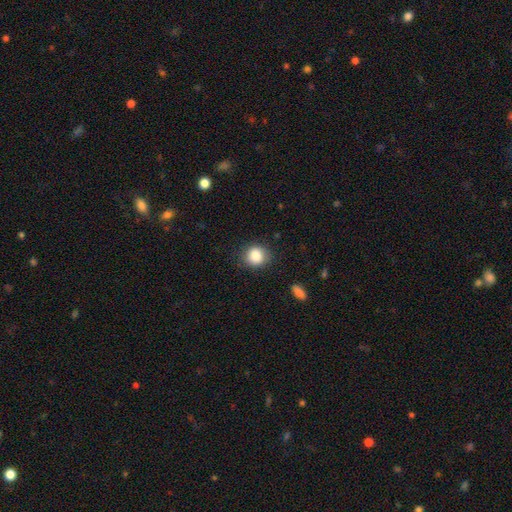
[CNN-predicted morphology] Q: Smooth or featured?
A: smooth (86%); runner-up: star or artifact (9%)
Q: How rounded?
A: round (79%); runner-up: in between (20%)
Q: Merging?
A: none (82%); runner-up: minor disturbance (13%)